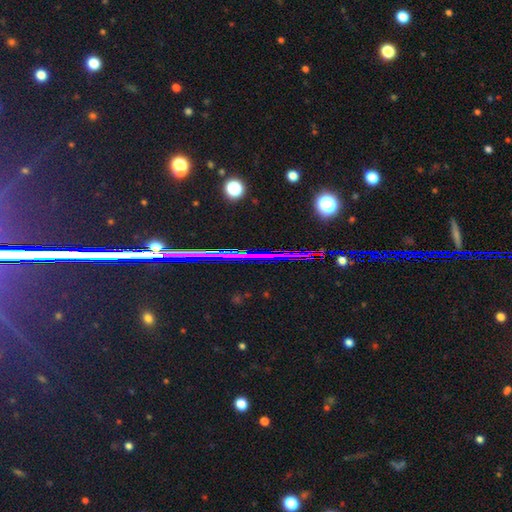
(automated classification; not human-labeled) Smooth or featured: star or artifact — 81% (featured or disk — 11%)